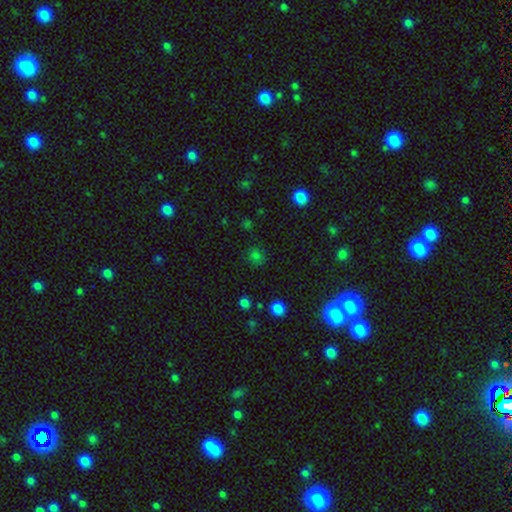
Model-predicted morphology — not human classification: smooth 72%, star or artifact 22%, featured or disk 6%. Down the decision tree: how rounded — round (85%); merging — none (82%).